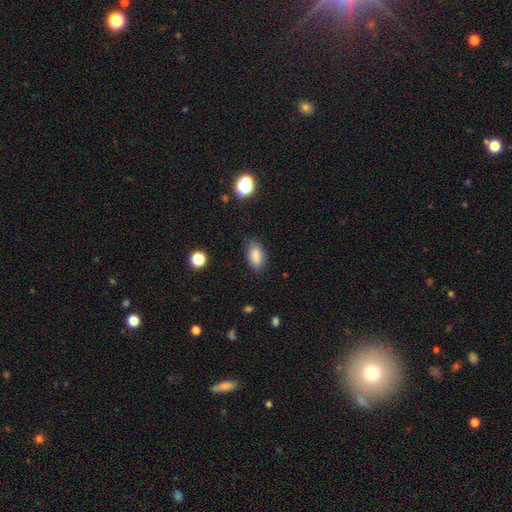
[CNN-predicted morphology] This is clearly a smooth galaxy (86%). How rounded: clearly in between (91%). Merging: clearly none (81%).